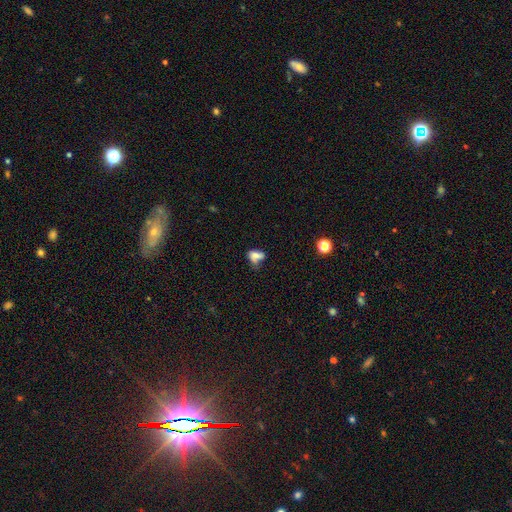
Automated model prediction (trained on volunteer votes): A smooth galaxy with no disk features (64%) that is in between round and cigar-shaped (75%).

Vote fractions:
- Smooth or featured? smooth: 64% / featured or disk: 22% / star or artifact: 14%
- How rounded? in between: 75% / round: 17% / cigar-shaped: 8%
- Merging? merger: 33% / none: 28% / major disturbance: 20% / minor disturbance: 20%